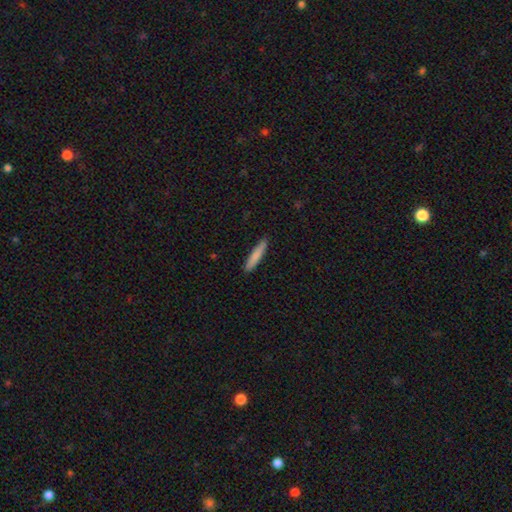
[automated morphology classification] A smooth galaxy with no disk features (82%) that is cigar-shaped (90%). Merging: none (89%).